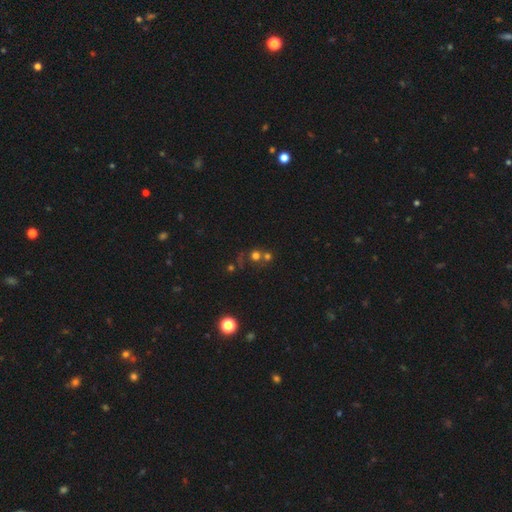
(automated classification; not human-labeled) smooth-or-featured: smooth: 58% | star or artifact: 26% | featured or disk: 16%
  how-rounded: round: 87% | in between: 12% | cigar-shaped: 1%
  merging: merger: 44% | none: 43% | minor disturbance: 7% | major disturbance: 6%